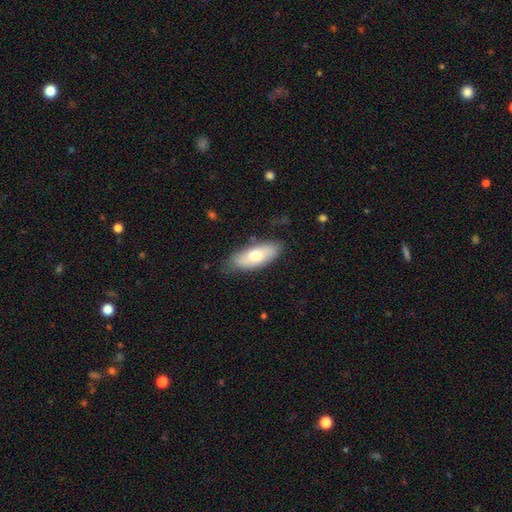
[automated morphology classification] smooth-or-featured: smooth: 67% | featured or disk: 27% | star or artifact: 6%
  how-rounded: in between: 82% | cigar-shaped: 16% | round: 2%
  merging: none: 79% | minor disturbance: 16% | major disturbance: 4% | merger: 1%